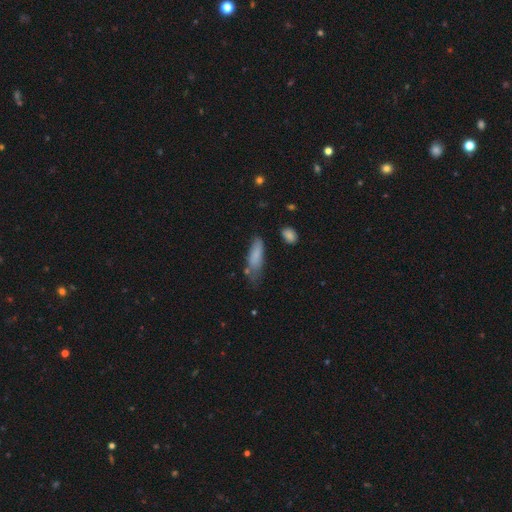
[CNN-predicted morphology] Smooth or featured?
  - smooth: 80% *
  - featured or disk: 13%
  - star or artifact: 8%
How rounded?
  - cigar-shaped: 51% *
  - in between: 47%
  - round: 2%
Merging?
  - none: 47% *
  - minor disturbance: 33%
  - major disturbance: 14%
  - merger: 6%